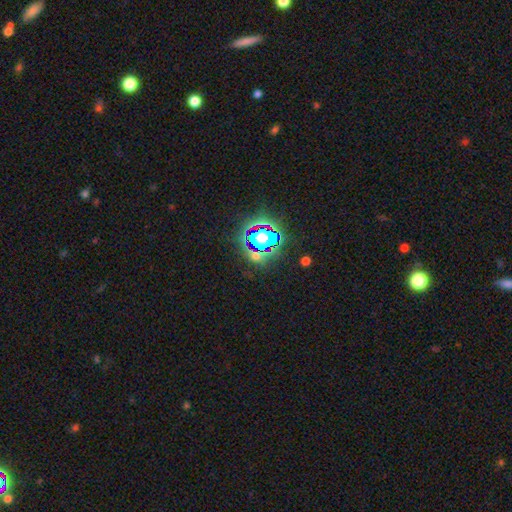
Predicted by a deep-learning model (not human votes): Morphology: type=star or artifact (61%).